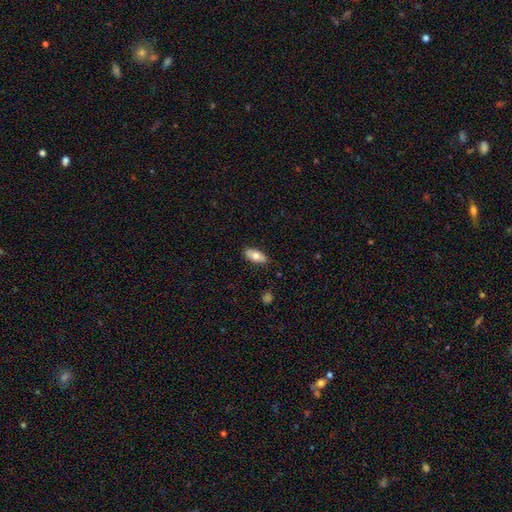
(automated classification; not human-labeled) Morphology: type=smooth (73%); roundness=in between (90%); merging=none (84%).